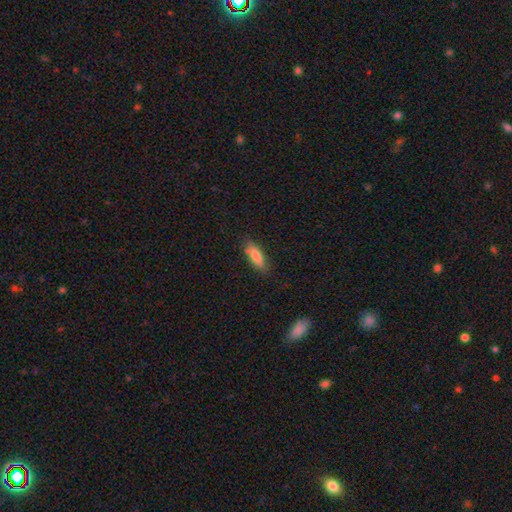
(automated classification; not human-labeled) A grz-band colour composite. It shows a smooth galaxy with no disk features (80%) that is in between round and cigar-shaped (53%). Merging: none (83%).